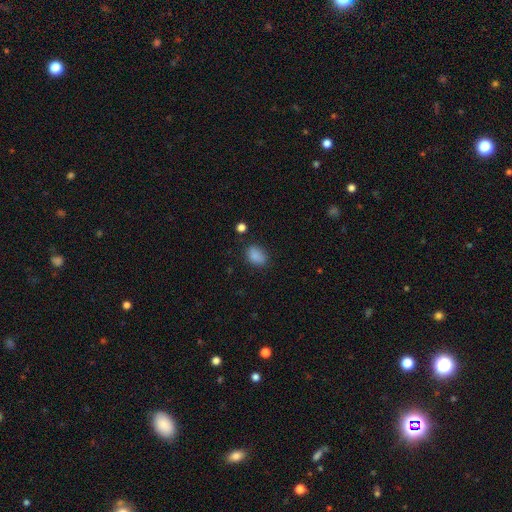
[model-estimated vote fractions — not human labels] smooth-or-featured: smooth: 86% | star or artifact: 9% | featured or disk: 4%
  how-rounded: in between: 83% | round: 15% | cigar-shaped: 1%
  merging: none: 80% | minor disturbance: 14% | major disturbance: 4% | merger: 2%